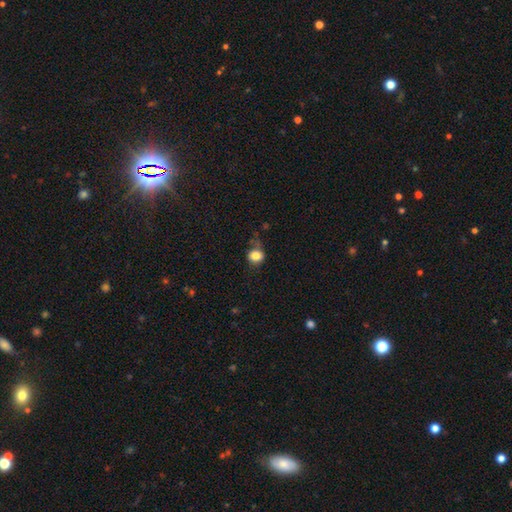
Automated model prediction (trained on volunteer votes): smooth 82%, star or artifact 10%, featured or disk 8%. Down the decision tree: how rounded — round (66%); merging — none (53%).